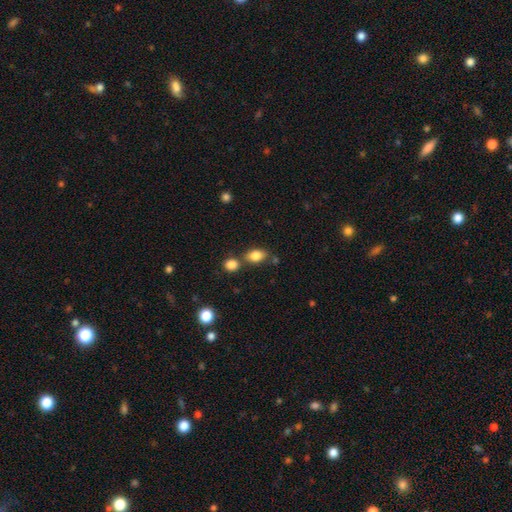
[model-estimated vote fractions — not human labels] Smooth or featured? Predicted: smooth (p=0.82). How rounded? Predicted: in between (p=0.80). Merging? Predicted: none (p=0.63).